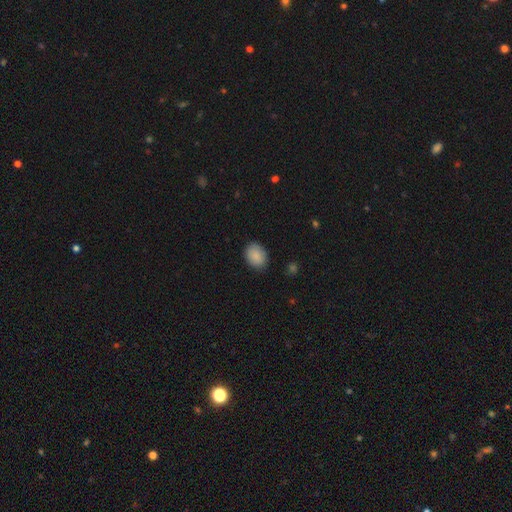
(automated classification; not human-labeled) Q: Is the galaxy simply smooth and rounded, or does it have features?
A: smooth — 89%.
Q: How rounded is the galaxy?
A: in between — 70%.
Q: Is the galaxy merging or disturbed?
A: none — 85%.